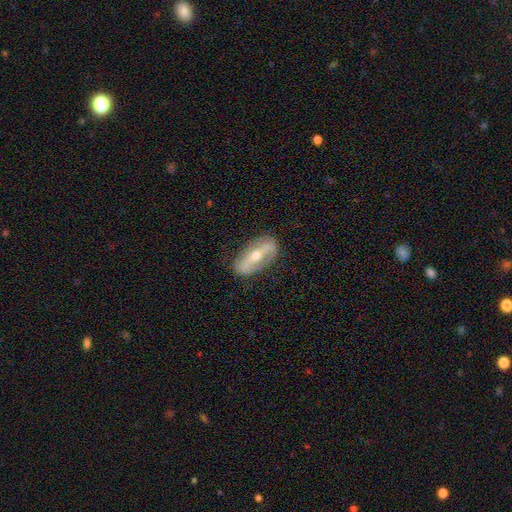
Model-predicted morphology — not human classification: A featured or disk galaxy (74%) with a strong bar (72%), spiral arms (52%) and a moderate central bulge (60%). Merging: none (82%).